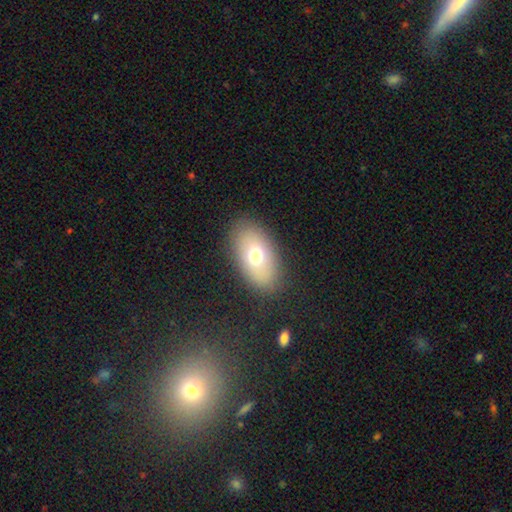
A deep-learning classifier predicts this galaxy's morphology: This is likely a smooth galaxy (69%). How rounded: clearly in between (89%). Merging: clearly none (83%).